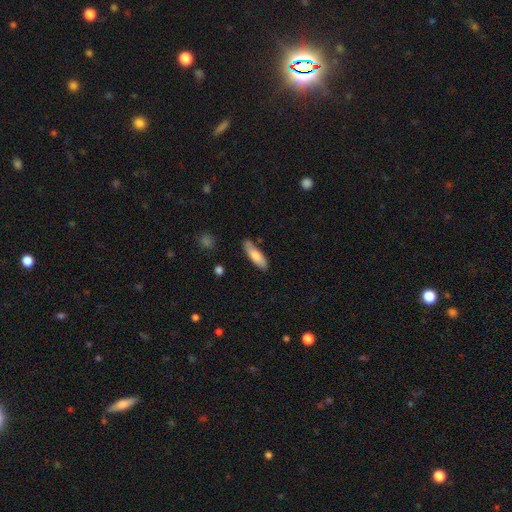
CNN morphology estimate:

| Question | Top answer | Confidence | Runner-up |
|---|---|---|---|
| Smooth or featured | smooth | 77% | featured or disk (17%) |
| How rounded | cigar-shaped | 51% | in between (48%) |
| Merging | none | 78% | minor disturbance (16%) |